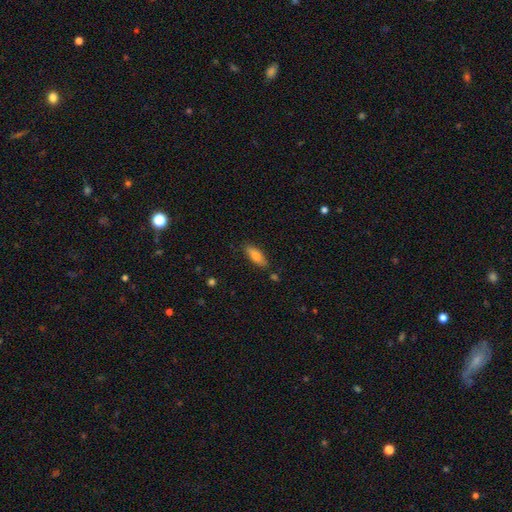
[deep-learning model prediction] smooth_or_featured: smooth (p=0.76) [alt: featured or disk p=0.17]
how_rounded: in between (p=0.66) [alt: cigar-shaped p=0.32]
merging: none (p=0.81) [alt: minor disturbance p=0.13]